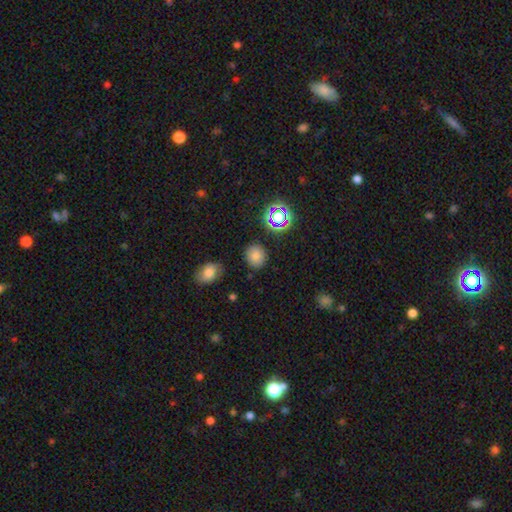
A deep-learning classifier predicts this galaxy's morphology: Q: Smooth or featured?
A: smooth (75%); runner-up: star or artifact (18%)
Q: How rounded?
A: round (74%); runner-up: in between (25%)
Q: Merging?
A: none (85%); runner-up: minor disturbance (10%)